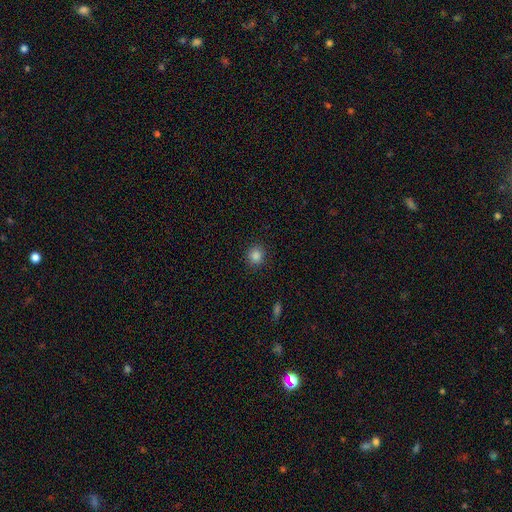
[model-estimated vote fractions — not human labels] The model was most divided on "smooth or featured": smooth: 85%, star or artifact: 11%, featured or disk: 4%. More confident: merging — none (90%); how rounded — round (87%).